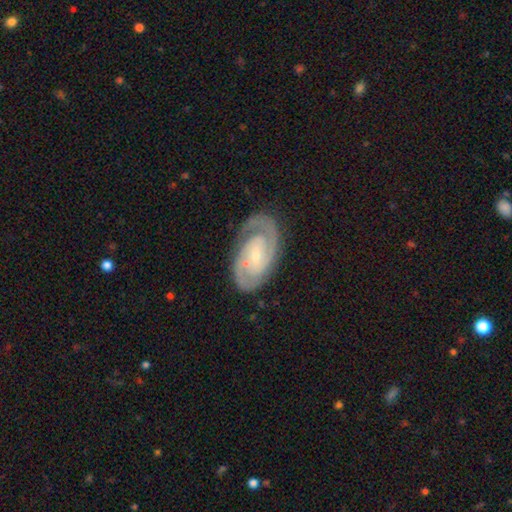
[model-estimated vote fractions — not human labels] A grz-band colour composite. It shows a featured or disk galaxy (89%) with no bar (55%), 2 (82%) tight (59%) spiral arms (97%) and a small central bulge (72%). Merging: none (79%).